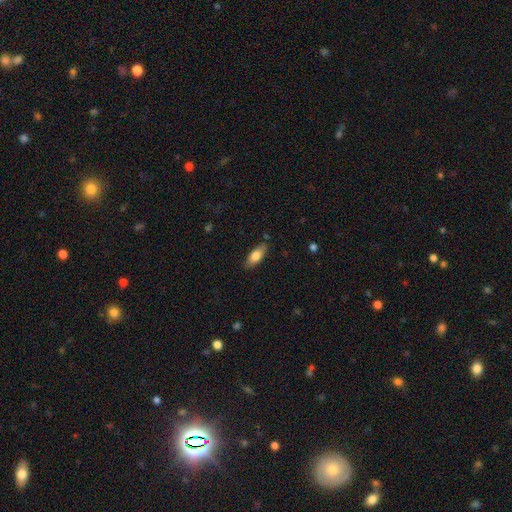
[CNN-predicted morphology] Smooth or featured? smooth (76%)
How rounded? in between (80%)
Merging? none (83%)